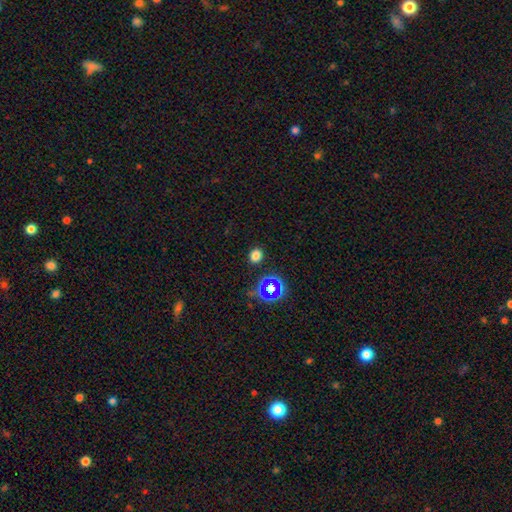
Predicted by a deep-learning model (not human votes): A smooth galaxy with no disk features (75%) that is round (64%). Merging: none (86%).